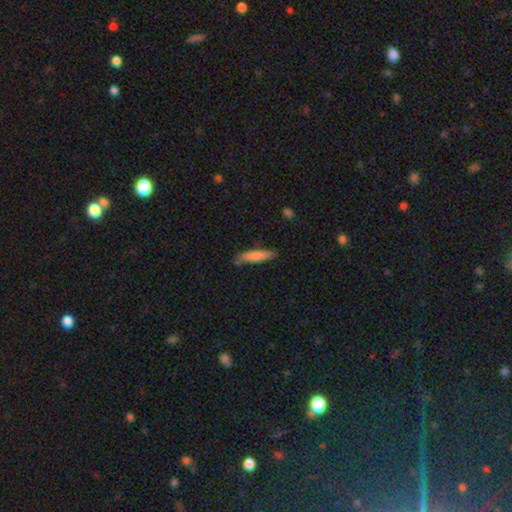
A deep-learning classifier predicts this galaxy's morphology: This appears to be a smooth galaxy with no disk features (82%) that is cigar-shaped (80%). Merging: none (74%).